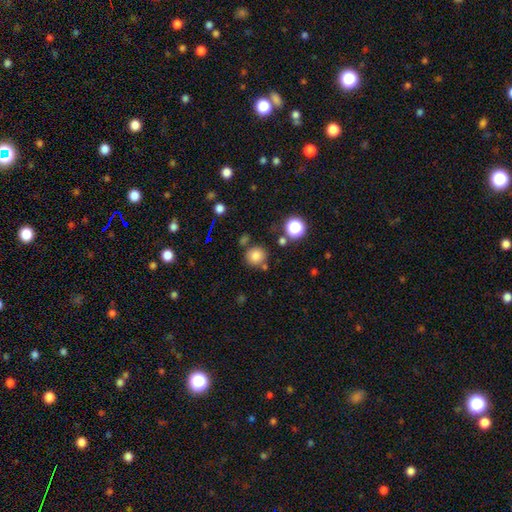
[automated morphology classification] Smooth or featured? Predicted: smooth (p=0.80). How rounded? Predicted: round (p=0.90). Merging? Predicted: none (p=0.77).